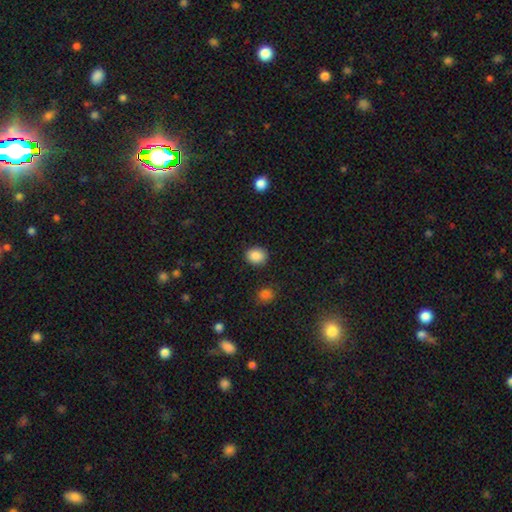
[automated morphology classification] Overall: smooth (88%). How rounded: round (57%; in between 42%). Merging: none (87%).